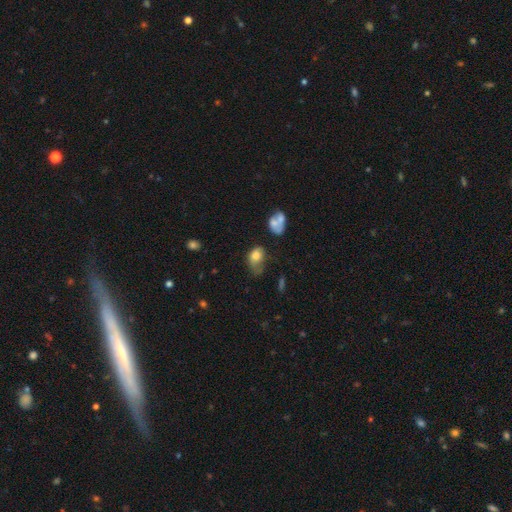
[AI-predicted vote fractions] A smooth galaxy with no disk features (72%) that is in between round and cigar-shaped (74%).

Vote fractions:
- Smooth or featured? smooth: 72% / featured or disk: 18% / star or artifact: 10%
- How rounded? in between: 74% / round: 24% / cigar-shaped: 2%
- Merging? major disturbance: 34% / minor disturbance: 33% / none: 25% / merger: 8%